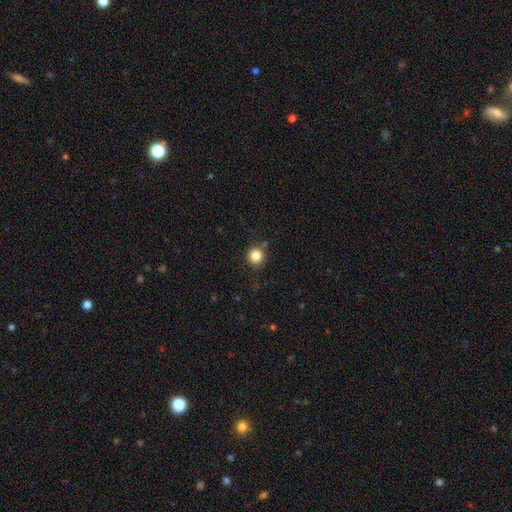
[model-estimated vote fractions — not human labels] smooth 84%, star or artifact 11%, featured or disk 5%. Down the decision tree: how rounded — round (93%); merging — none (82%).